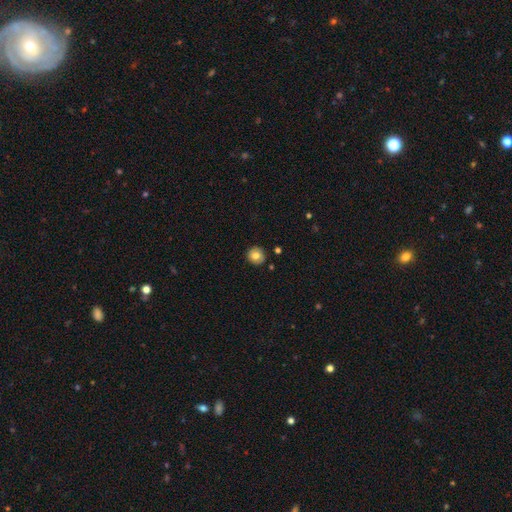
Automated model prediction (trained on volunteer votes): A smooth galaxy with no disk features (76%) that is round (92%). Merging: none (88%).